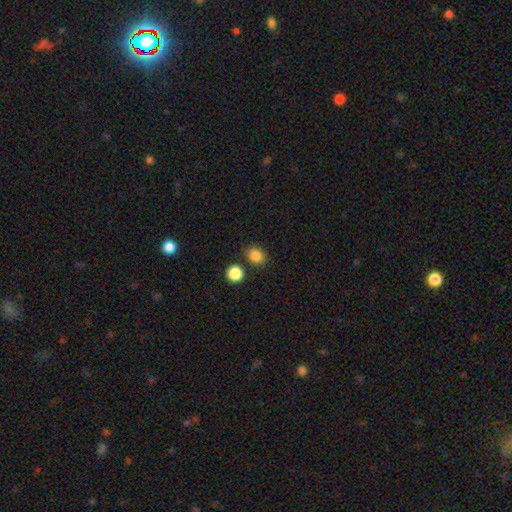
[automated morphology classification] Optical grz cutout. It shows a smooth galaxy with no disk features (85%) that is round (54%). Merging: none (81%).